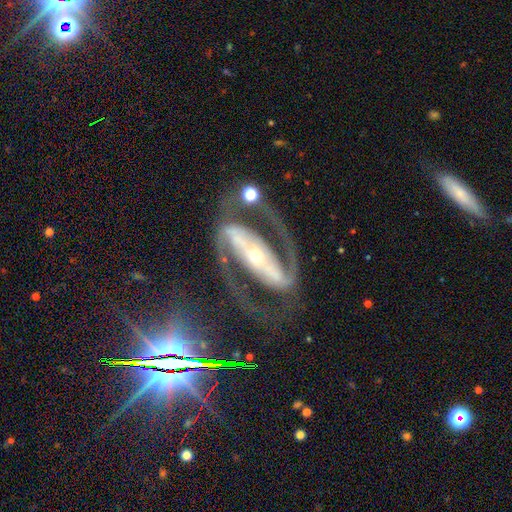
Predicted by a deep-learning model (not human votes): Overall: featured or disk (91%). Edge-on disk: no (95%). Bar: strong (73%). Spiral arms: yes (97%). Spiral arm count: 2 (94%). Spiral winding: medium (57%; tight 27%). Bulge size: small (54%; moderate 40%). Merging: none (74%).